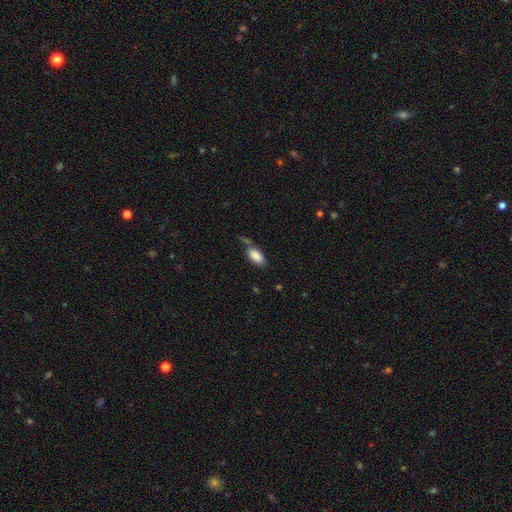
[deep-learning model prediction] Smooth or featured? Predicted: smooth (p=0.86). How rounded? Predicted: in between (p=0.92). Merging? Predicted: none (p=0.55).